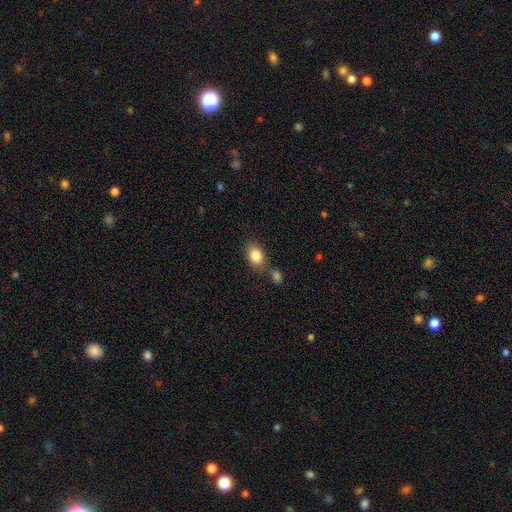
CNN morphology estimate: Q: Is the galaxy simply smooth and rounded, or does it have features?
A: smooth — 84%.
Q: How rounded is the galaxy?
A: in between — 72%.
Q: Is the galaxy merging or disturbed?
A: none — 62%.